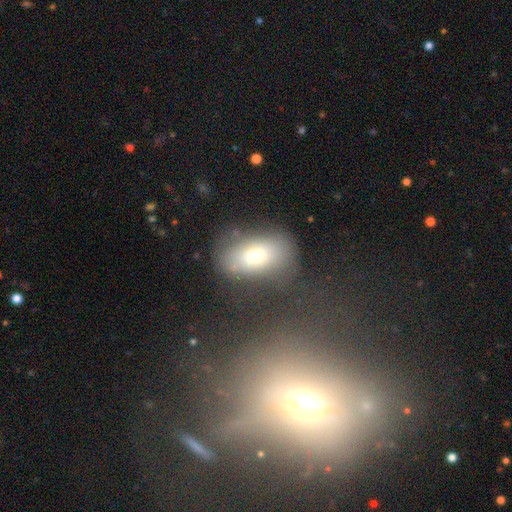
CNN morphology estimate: Smooth or featured: smooth — 66% (featured or disk — 20%)
How rounded: in between — 81% (round — 17%)
Merging: none — 70% (minor disturbance — 17%)